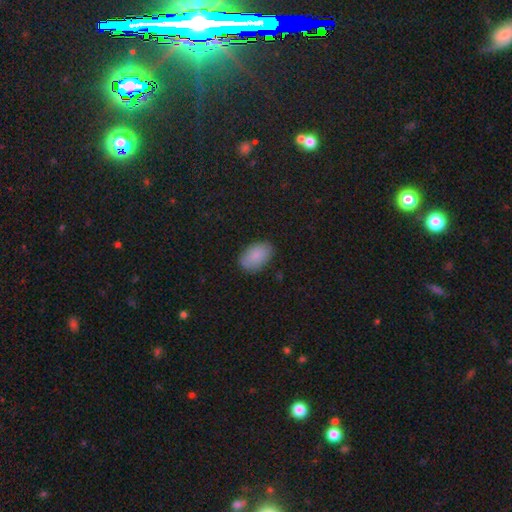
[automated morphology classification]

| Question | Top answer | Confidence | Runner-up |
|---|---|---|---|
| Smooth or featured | smooth | 86% | featured or disk (7%) |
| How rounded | in between | 92% | round (7%) |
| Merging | none | 85% | minor disturbance (12%) |